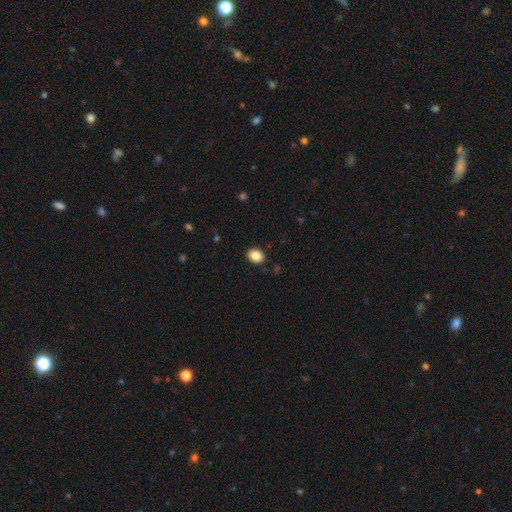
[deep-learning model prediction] A smooth galaxy with no disk features (87%) that is in between round and cigar-shaped (67%).

Vote fractions:
- Smooth or featured? smooth: 87% / star or artifact: 8% / featured or disk: 5%
- How rounded? in between: 67% / round: 32% / cigar-shaped: 1%
- Merging? none: 89% / minor disturbance: 8% / major disturbance: 2% / merger: 1%